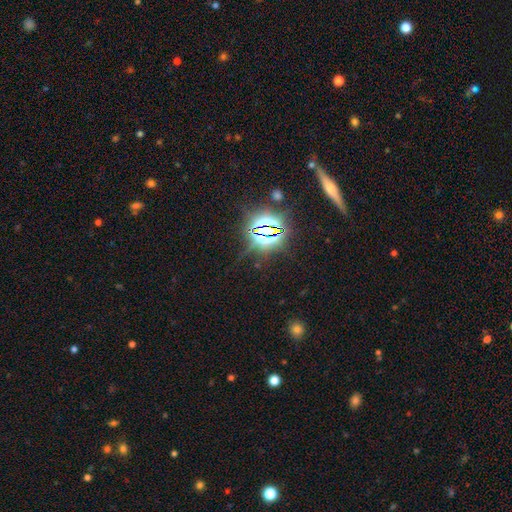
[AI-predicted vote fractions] This appears to be a star or artifact, not a galaxy (76%).